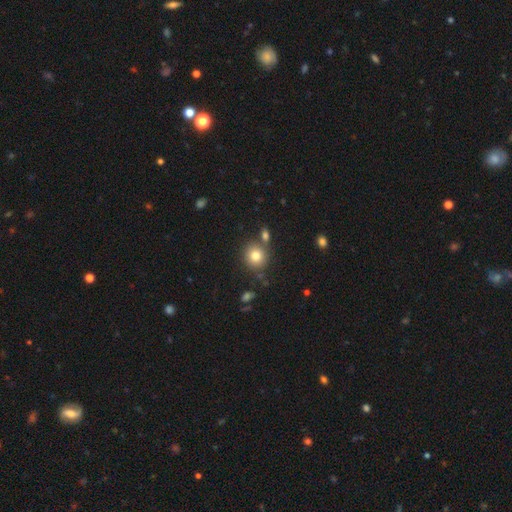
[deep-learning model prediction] smooth-or-featured: smooth: 80% | star or artifact: 11% | featured or disk: 9%
  how-rounded: round: 88% | in between: 11% | cigar-shaped: 1%
  merging: none: 74% | merger: 14% | minor disturbance: 10% | major disturbance: 3%